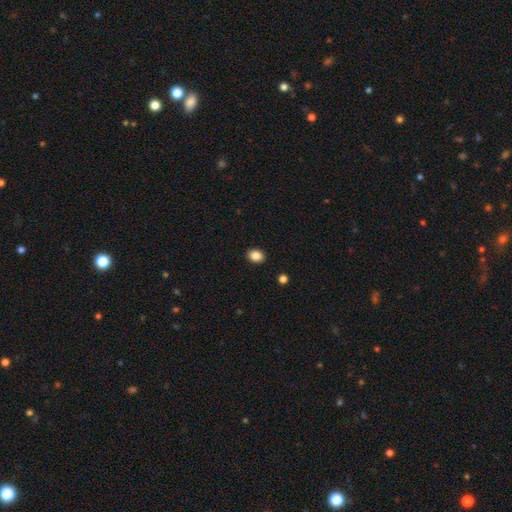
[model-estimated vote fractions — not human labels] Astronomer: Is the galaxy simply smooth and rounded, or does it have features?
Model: smooth — 87%.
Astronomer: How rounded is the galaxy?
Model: in between — 61% (runner-up: round, 38%).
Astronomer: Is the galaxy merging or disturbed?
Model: none — 91%.